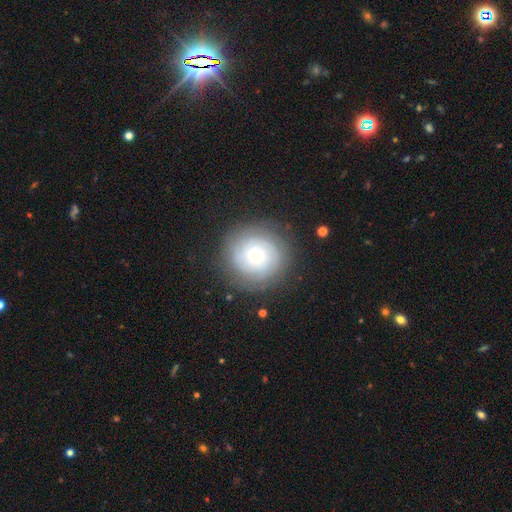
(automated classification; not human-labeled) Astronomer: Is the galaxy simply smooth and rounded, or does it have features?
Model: featured or disk — 48% (runner-up: smooth, 42%).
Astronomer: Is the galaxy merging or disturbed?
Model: none — 82%.